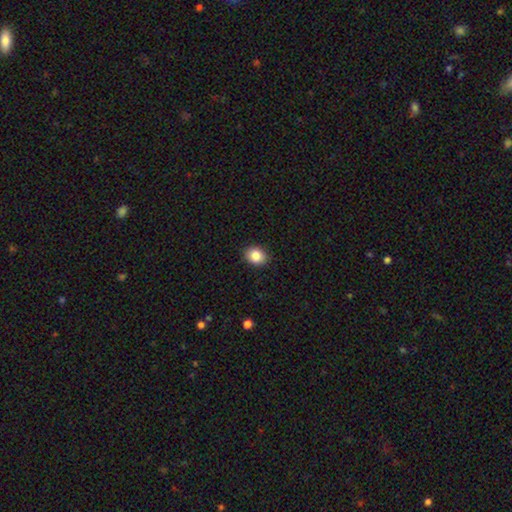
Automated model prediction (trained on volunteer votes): smooth_or_featured: smooth (p=0.87) [alt: star or artifact p=0.09]
how_rounded: round (p=0.50) [alt: in between p=0.49]
merging: none (p=0.89) [alt: minor disturbance p=0.08]